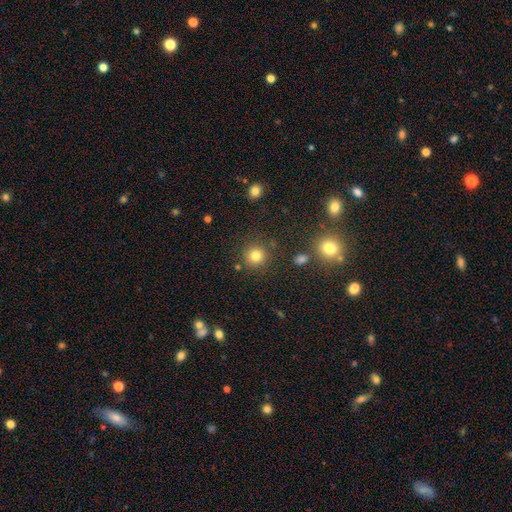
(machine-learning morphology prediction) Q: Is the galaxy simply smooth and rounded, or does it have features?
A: smooth — 81%.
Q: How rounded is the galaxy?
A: round — 92%.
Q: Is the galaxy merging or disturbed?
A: none — 86%.